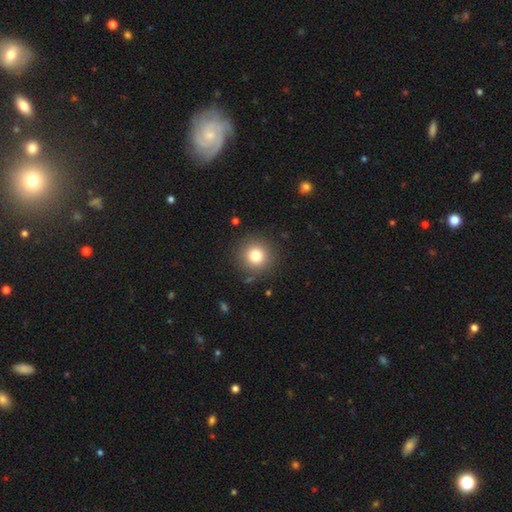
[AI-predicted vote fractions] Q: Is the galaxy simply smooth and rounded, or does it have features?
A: smooth — 79%.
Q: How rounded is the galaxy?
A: round — 95%.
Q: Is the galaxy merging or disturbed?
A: none — 88%.